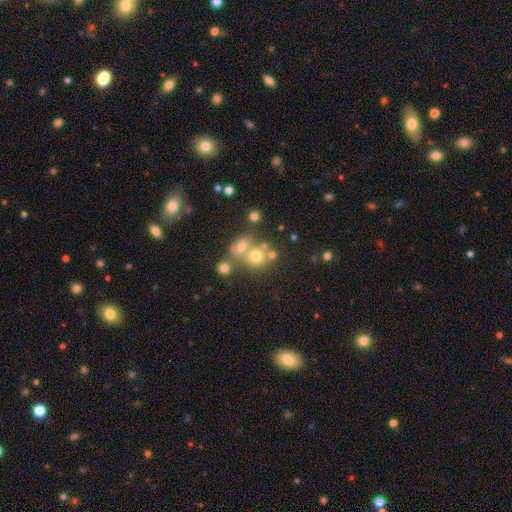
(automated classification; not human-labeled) smooth 67%, star or artifact 18%, featured or disk 15%. Down the decision tree: how rounded — round (77%); merging — none (46%).